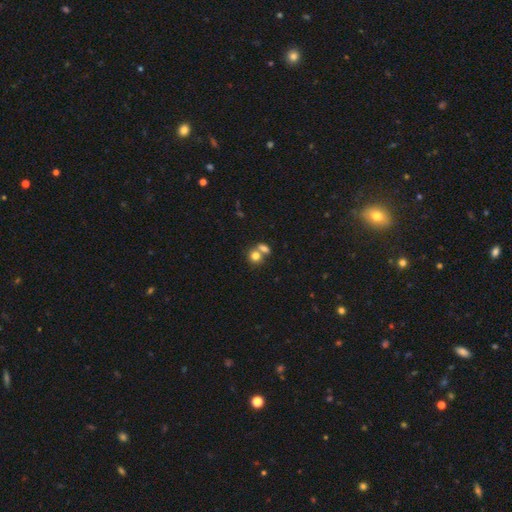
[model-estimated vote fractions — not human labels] smooth-or-featured: smooth: 78% | featured or disk: 11% | star or artifact: 11%
  how-rounded: round: 71% | in between: 28% | cigar-shaped: 1%
  merging: merger: 51% | none: 38% | minor disturbance: 7% | major disturbance: 3%